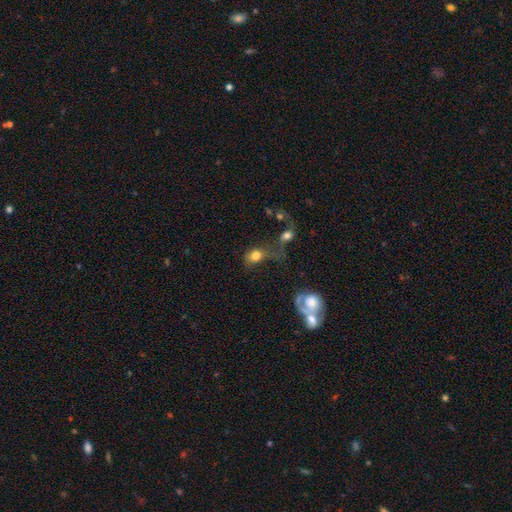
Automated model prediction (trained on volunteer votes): Q: Smooth or featured?
A: smooth (76%); runner-up: featured or disk (13%)
Q: How rounded?
A: in between (56%); runner-up: round (42%)
Q: Merging?
A: merger (32%); runner-up: none (30%)